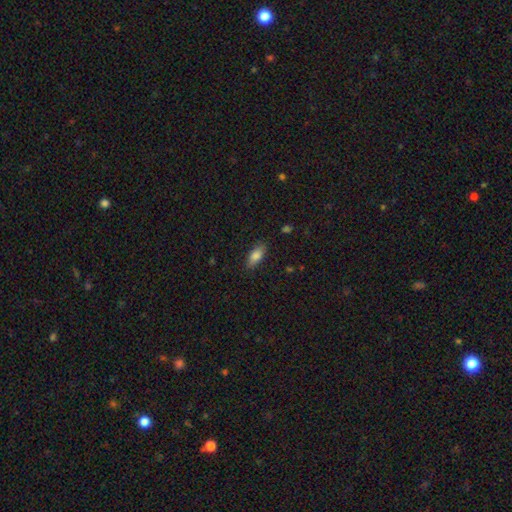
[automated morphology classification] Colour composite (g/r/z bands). It shows a smooth galaxy with no disk features (83%) that is in between round and cigar-shaped (82%). Merging: none (85%).